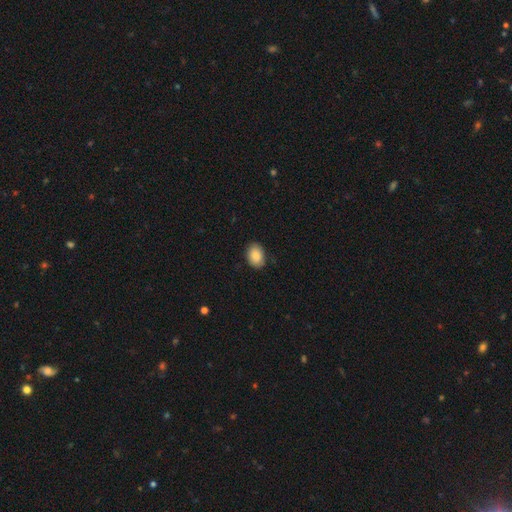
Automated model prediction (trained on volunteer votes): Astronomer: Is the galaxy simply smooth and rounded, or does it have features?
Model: smooth — 87%.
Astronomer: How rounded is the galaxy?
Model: in between — 80%.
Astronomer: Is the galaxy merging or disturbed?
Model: none — 85%.